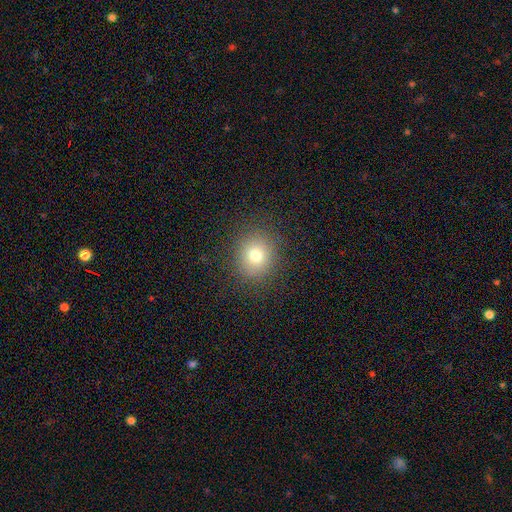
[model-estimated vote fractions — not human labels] This appears to be a smooth galaxy with no disk features (75%) that is round (82%). Merging: none (88%).